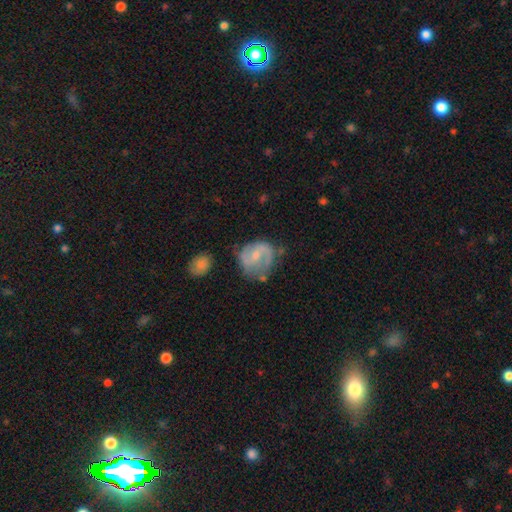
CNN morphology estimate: Smooth or featured?
  - featured or disk: 71% *
  - smooth: 22%
  - star or artifact: 7%
Edge-on disk?
  - no: 97% *
  - yes: 3%
Bar?
  - weak: 49% *
  - no: 36%
  - strong: 15%
Spiral arms?
  - yes: 86% *
  - no: 14%
Spiral winding?
  - medium: 46% *
  - tight: 29%
  - loose: 25%
Spiral arm count?
  - 2: 68% *
  - can't tell: 15%
  - 1: 10%
  - 3: 4%
  - 4: 1%
  - more than 4: 1%
Bulge size?
  - small: 59% *
  - moderate: 35%
  - none: 5%
  - large: 1%
  - dominant: 1%
Merging?
  - none: 56% *
  - minor disturbance: 27%
  - major disturbance: 14%
  - merger: 4%